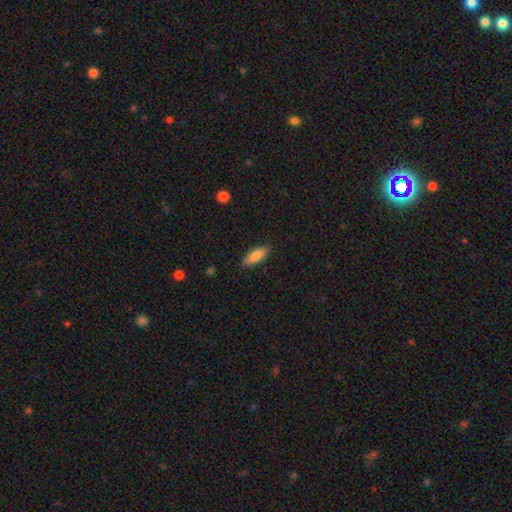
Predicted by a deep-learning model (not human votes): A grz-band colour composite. It shows a smooth galaxy with no disk features (80%) that is in between round and cigar-shaped (54%). Merging: none (85%).